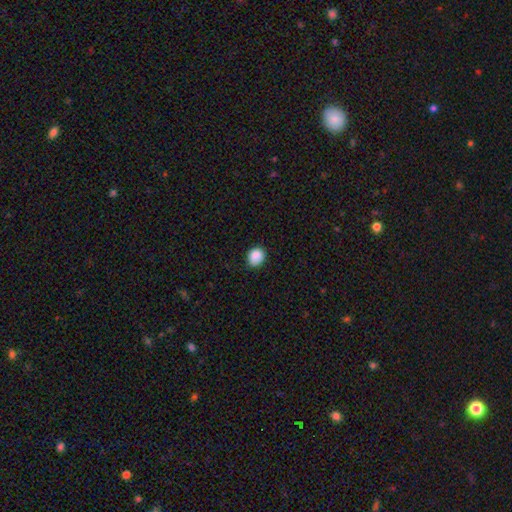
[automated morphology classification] Smooth or featured? smooth (89%)
How rounded? round (64%)
Merging? none (79%)